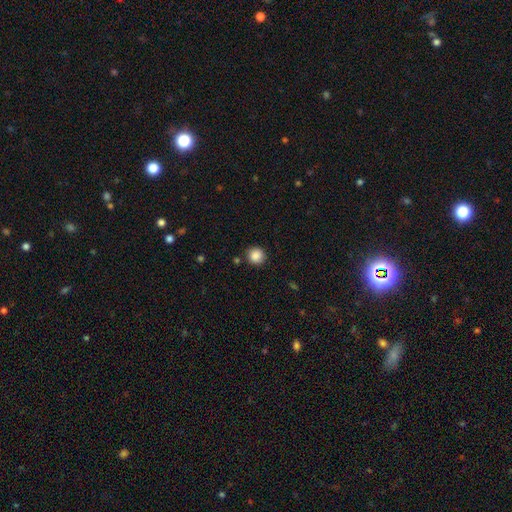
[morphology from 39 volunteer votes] Smooth or featured?
  - smooth: 90% *
  - star or artifact: 8%
  - featured or disk: 3%
How rounded?
  - round: 91% *
  - in between: 9%
  - cigar-shaped: 0%
Merging?
  - none: 86% *
  - minor disturbance: 11%
  - merger: 3%
  - major disturbance: 0%